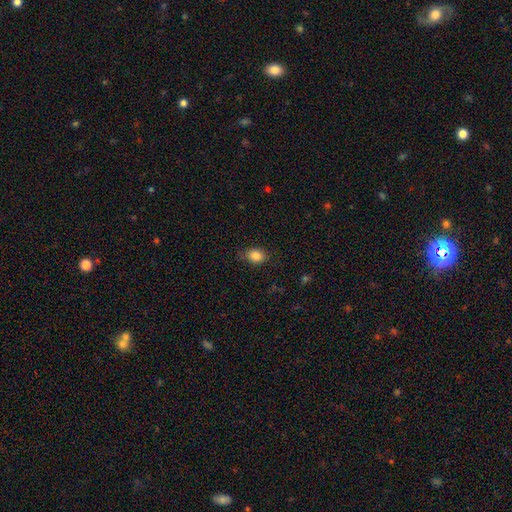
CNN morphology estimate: A smooth galaxy with no disk features (86%) that is in between round and cigar-shaped (61%).

Vote fractions:
- Smooth or featured? smooth: 86% / star or artifact: 10% / featured or disk: 4%
- How rounded? in between: 61% / round: 38% / cigar-shaped: 1%
- Merging? none: 78% / minor disturbance: 17% / major disturbance: 4% / merger: 1%